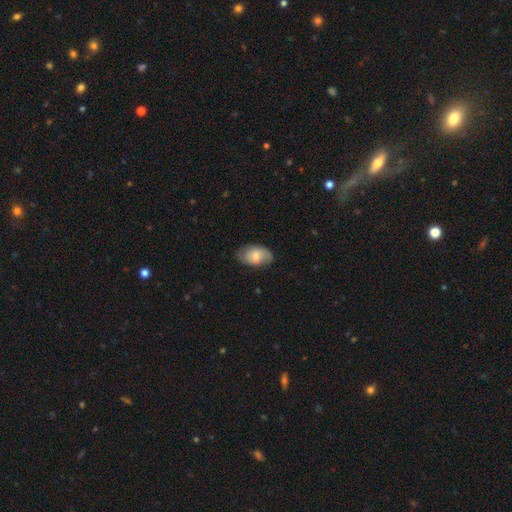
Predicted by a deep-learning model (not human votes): The model was most divided on "smooth or featured": smooth: 69%, featured or disk: 25%, star or artifact: 7%. More confident: how rounded — in between (91%); merging — none (73%).